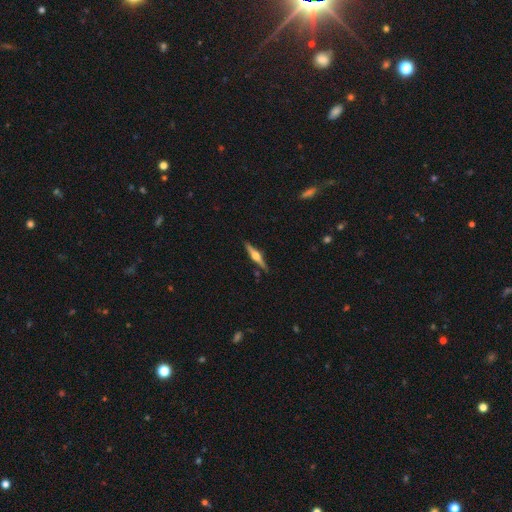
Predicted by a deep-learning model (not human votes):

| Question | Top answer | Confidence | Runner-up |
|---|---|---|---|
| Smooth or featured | featured or disk | 76% | smooth (18%) |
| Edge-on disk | yes | 98% | no (2%) |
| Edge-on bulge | rounded | 93% | boxy (5%) |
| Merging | none | 89% | minor disturbance (8%) |